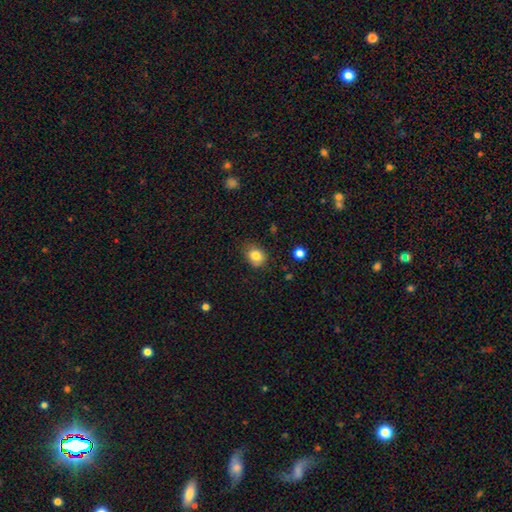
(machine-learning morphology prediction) smooth 82%, star or artifact 11%, featured or disk 8%. Down the decision tree: how rounded — round (54%); merging — none (72%).